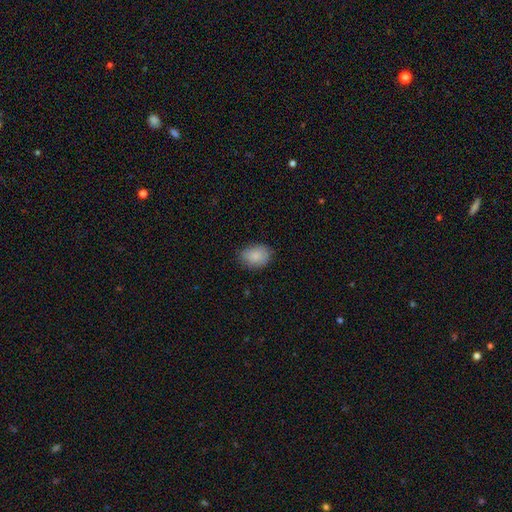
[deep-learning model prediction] A smooth galaxy with no disk features (86%) that is in between round and cigar-shaped (72%).

Vote fractions:
- Smooth or featured? smooth: 86% / featured or disk: 7% / star or artifact: 7%
- How rounded? in between: 72% / round: 27% / cigar-shaped: 1%
- Merging? none: 78% / minor disturbance: 17% / major disturbance: 3% / merger: 1%